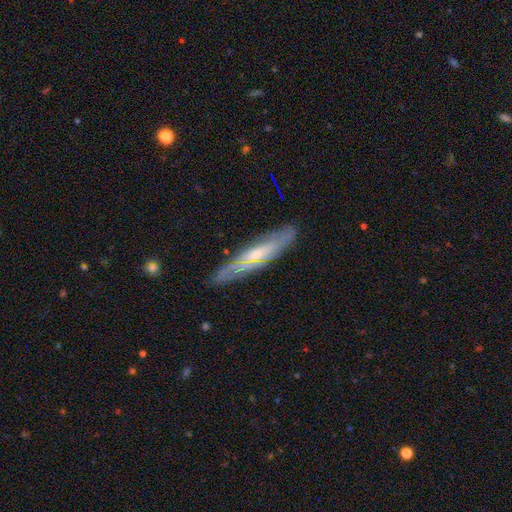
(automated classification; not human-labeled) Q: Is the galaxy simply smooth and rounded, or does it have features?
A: featured or disk — 64%.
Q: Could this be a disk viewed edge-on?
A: yes — 65%.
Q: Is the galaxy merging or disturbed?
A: none — 80%.